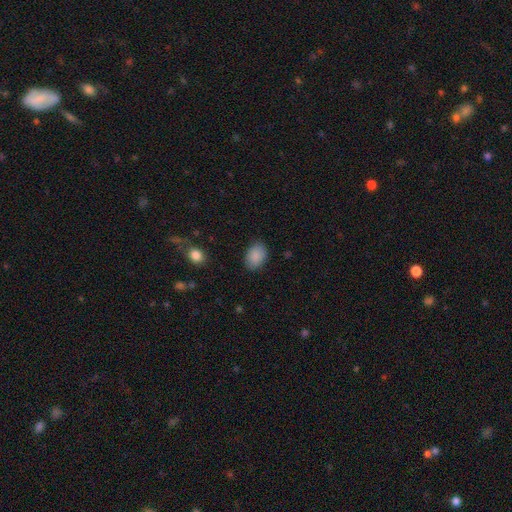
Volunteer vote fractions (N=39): smooth-or-featured: smooth: 90% | featured or disk: 8% | star or artifact: 3%
  how-rounded: in between: 86% | round: 14% | cigar-shaped: 0%
  merging: none: 84% | minor disturbance: 13% | major disturbance: 3% | merger: 0%